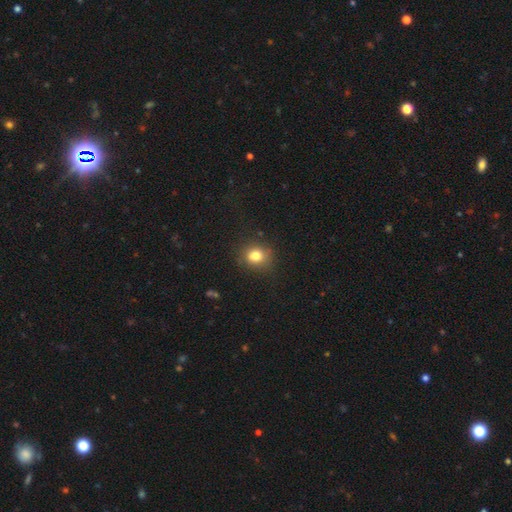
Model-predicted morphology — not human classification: The model was most divided on "how rounded": round: 71%, in between: 28%, cigar-shaped: 1%. More confident: merging — none (81%); smooth or featured — smooth (80%).